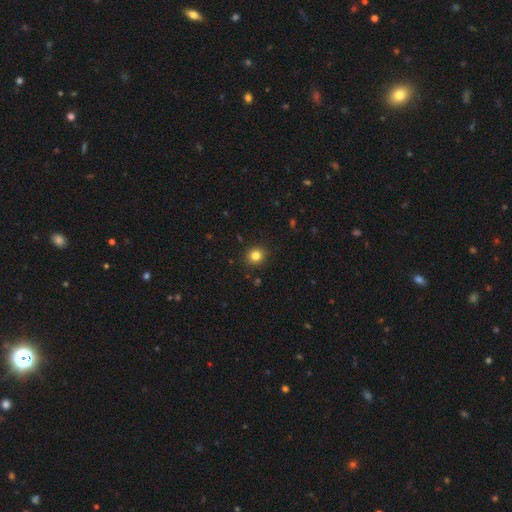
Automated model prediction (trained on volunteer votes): A smooth galaxy with no disk features (82%) that is round (86%).

Vote fractions:
- Smooth or featured? smooth: 82% / star or artifact: 12% / featured or disk: 5%
- How rounded? round: 86% / in between: 13% / cigar-shaped: 1%
- Merging? none: 91% / minor disturbance: 6% / major disturbance: 2% / merger: 1%